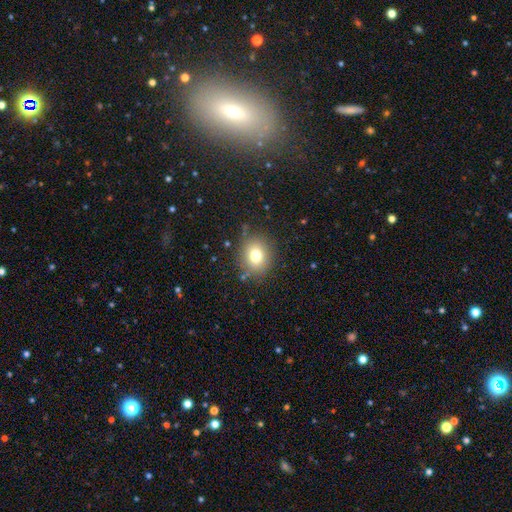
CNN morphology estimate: smooth_or_featured: smooth (p=0.76) [alt: star or artifact p=0.13]
how_rounded: round (p=0.69) [alt: in between p=0.30]
merging: none (p=0.85) [alt: minor disturbance p=0.10]